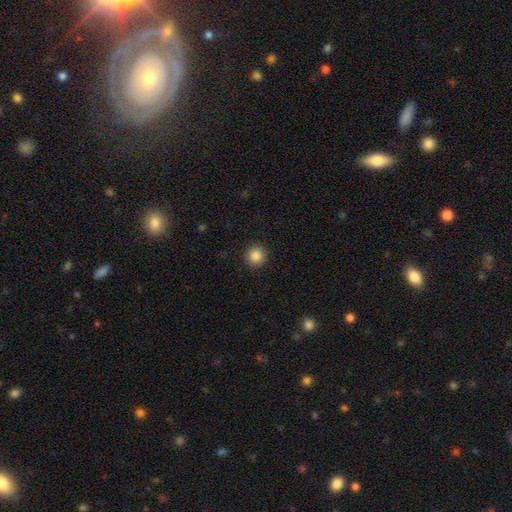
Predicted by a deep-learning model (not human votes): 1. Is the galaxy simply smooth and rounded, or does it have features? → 87% smooth, 10% star or artifact, 3% featured or disk.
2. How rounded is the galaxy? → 95% round, 5% in between, 1% cigar-shaped.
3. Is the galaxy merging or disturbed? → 92% none, 5% minor disturbance, 2% major disturbance, 1% merger.